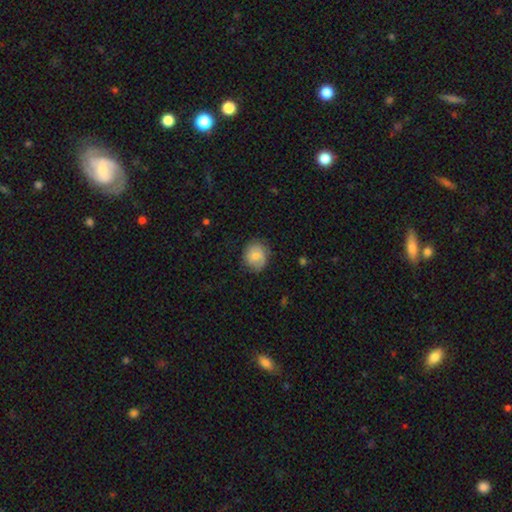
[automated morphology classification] smooth-or-featured: smooth: 68% | featured or disk: 24% | star or artifact: 7%
  how-rounded: round: 70% | in between: 29% | cigar-shaped: 1%
  merging: none: 72% | minor disturbance: 21% | major disturbance: 6% | merger: 1%